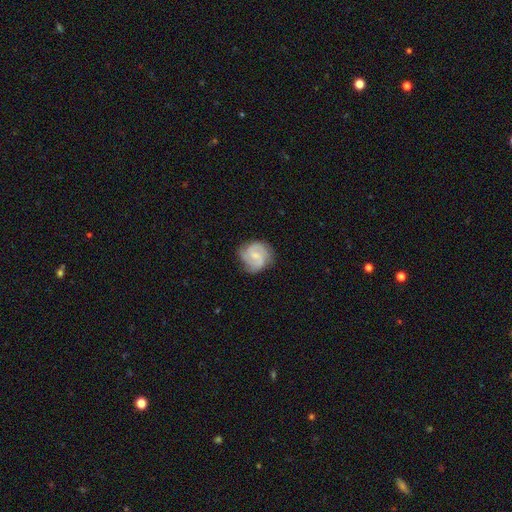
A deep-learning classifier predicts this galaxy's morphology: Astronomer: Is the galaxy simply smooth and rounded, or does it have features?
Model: featured or disk — 75%.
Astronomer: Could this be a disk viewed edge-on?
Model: no — 98%.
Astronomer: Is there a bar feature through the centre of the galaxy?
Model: weak — 54% (runner-up: no, 36%).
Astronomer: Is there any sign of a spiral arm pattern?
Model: yes — 96%.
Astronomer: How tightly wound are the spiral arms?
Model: medium — 46% (runner-up: tight, 41%).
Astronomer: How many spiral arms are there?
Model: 2 — 56%.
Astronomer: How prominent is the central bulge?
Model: small — 56%.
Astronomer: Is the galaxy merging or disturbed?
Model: none — 75%.